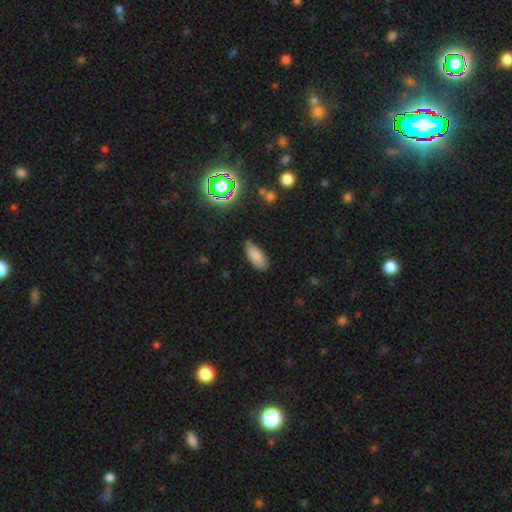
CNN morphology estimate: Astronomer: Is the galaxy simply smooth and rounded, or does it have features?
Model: smooth — 81%.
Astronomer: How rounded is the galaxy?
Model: in between — 85%.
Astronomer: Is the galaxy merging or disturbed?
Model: none — 73%.